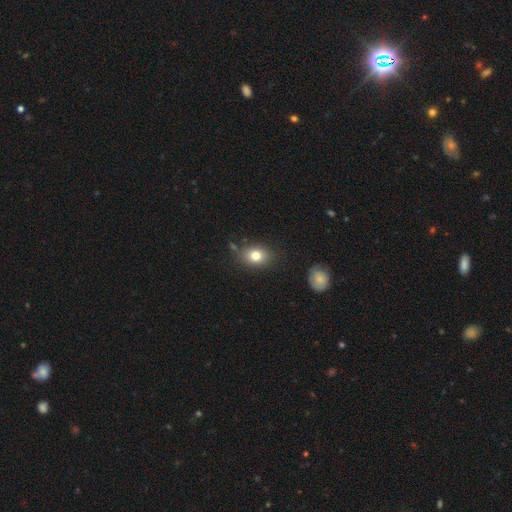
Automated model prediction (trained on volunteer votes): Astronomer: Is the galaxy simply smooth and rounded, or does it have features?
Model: smooth — 80%.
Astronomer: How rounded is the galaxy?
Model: in between — 58% (runner-up: round, 41%).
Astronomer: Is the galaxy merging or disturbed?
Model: none — 77%.